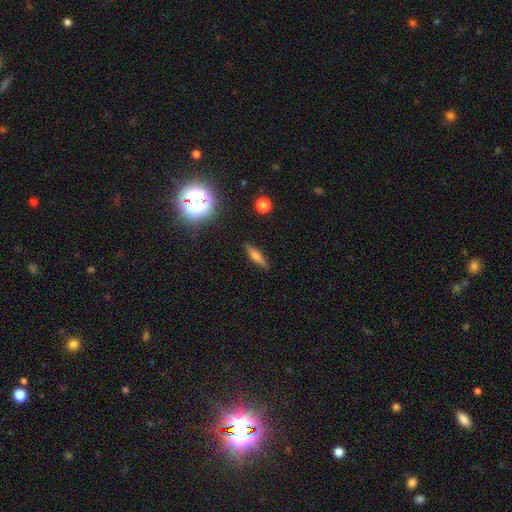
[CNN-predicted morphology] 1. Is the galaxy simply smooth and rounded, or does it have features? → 54% smooth, 34% featured or disk, 11% star or artifact.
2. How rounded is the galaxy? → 75% cigar-shaped, 21% in between, 4% round.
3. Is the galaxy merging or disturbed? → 87% none, 9% minor disturbance, 2% major disturbance, 1% merger.